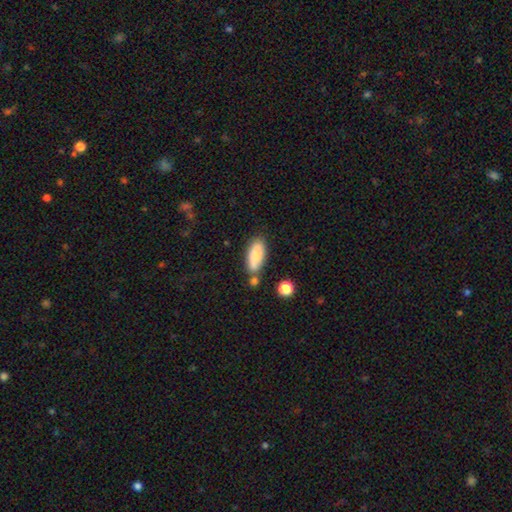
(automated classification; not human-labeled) Q: Smooth or featured?
A: smooth (82%); runner-up: featured or disk (11%)
Q: How rounded?
A: in between (81%); runner-up: cigar-shaped (16%)
Q: Merging?
A: none (65%); runner-up: minor disturbance (18%)